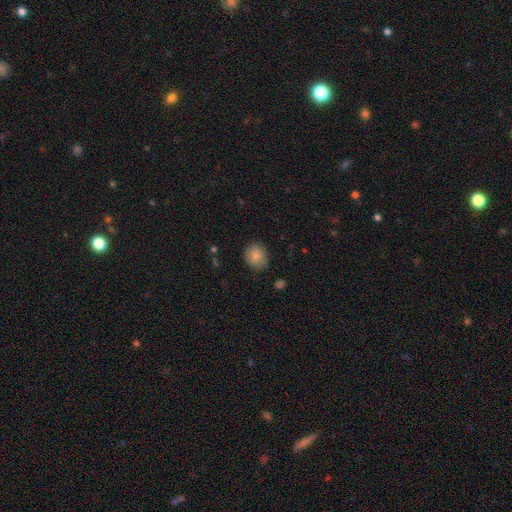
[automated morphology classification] A smooth galaxy with no disk features (84%) that is round (71%).

Vote fractions:
- Smooth or featured? smooth: 84% / star or artifact: 9% / featured or disk: 7%
- How rounded? round: 71% / in between: 28% / cigar-shaped: 1%
- Merging? none: 79% / minor disturbance: 16% / major disturbance: 3% / merger: 1%